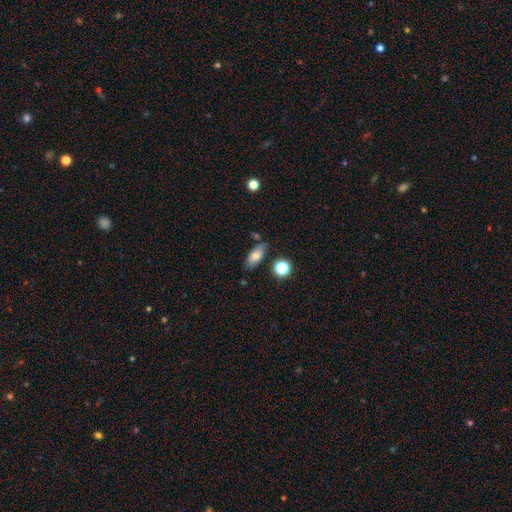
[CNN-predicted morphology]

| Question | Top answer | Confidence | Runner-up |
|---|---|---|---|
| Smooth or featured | smooth | 73% | featured or disk (17%) |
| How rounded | in between | 81% | cigar-shaped (13%) |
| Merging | none | 74% | minor disturbance (16%) |